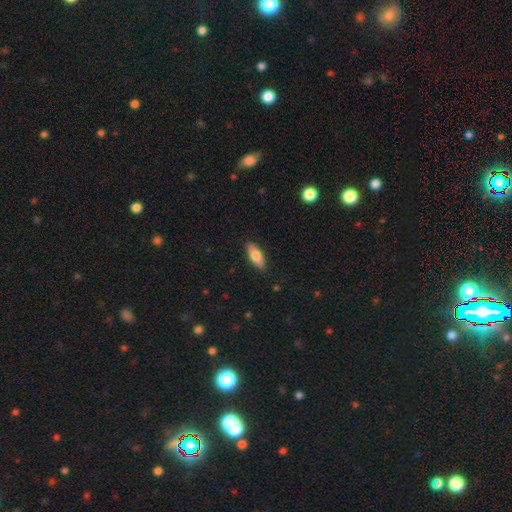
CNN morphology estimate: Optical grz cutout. It shows a smooth galaxy with no disk features (75%) that is in between round and cigar-shaped (75%). Merging: none (87%).